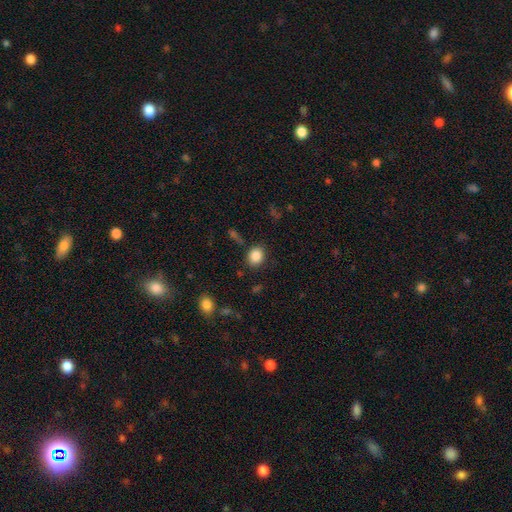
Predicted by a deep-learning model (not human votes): The model was most divided on "how rounded": round: 65%, in between: 34%, cigar-shaped: 1%. More confident: smooth or featured — smooth (86%); merging — none (83%).